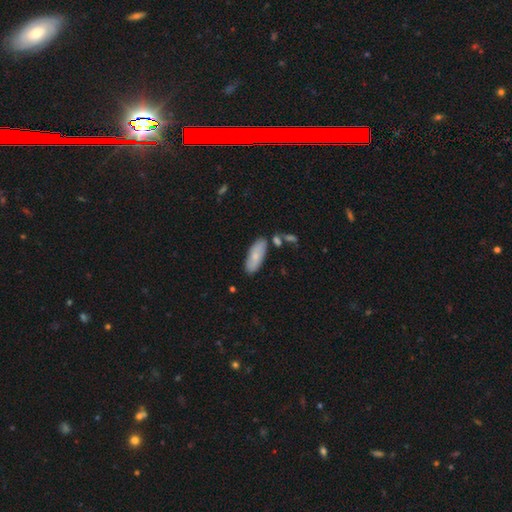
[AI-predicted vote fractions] smooth 73%, featured or disk 21%, star or artifact 6%. Down the decision tree: how rounded — in between (76%); merging — none (78%).